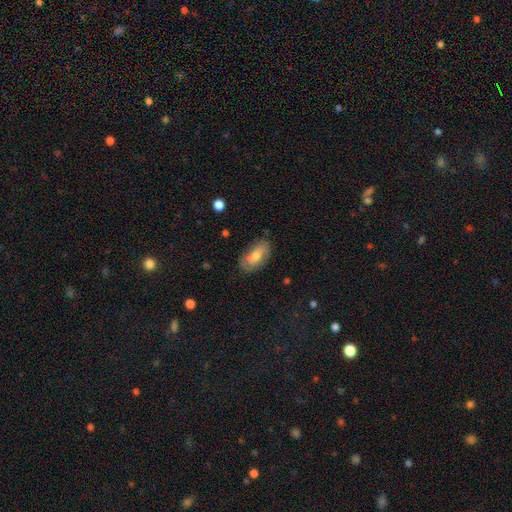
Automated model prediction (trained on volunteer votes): Smooth or featured? smooth (54%)
How rounded? in between (91%)
Merging? none (75%)